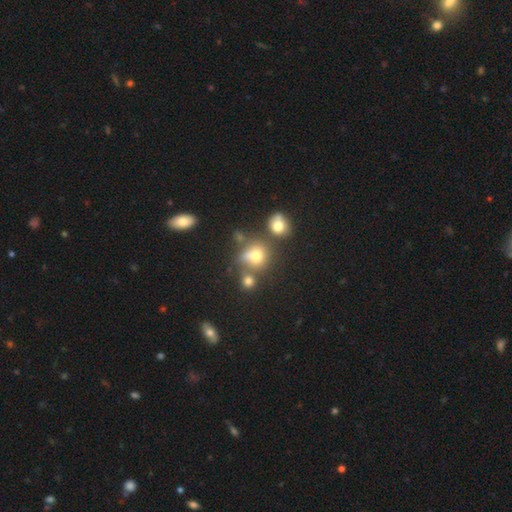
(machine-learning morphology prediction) This is likely a smooth galaxy (69%). How rounded: likely round (78%). Merging: possibly none (53%).